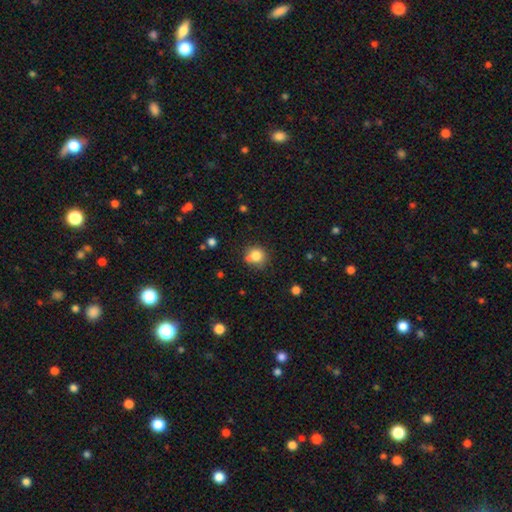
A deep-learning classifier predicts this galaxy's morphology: Smooth or featured? smooth (81%)
How rounded? round (87%)
Merging? none (69%)